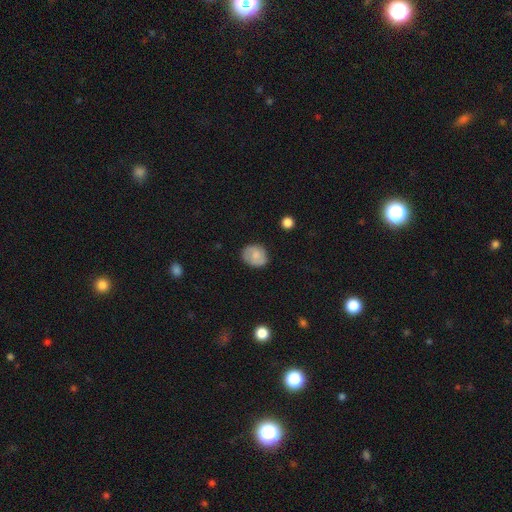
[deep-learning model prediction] Smooth or featured?
  - smooth: 72% *
  - featured or disk: 20%
  - star or artifact: 8%
How rounded?
  - round: 60% *
  - in between: 39%
  - cigar-shaped: 1%
Merging?
  - none: 78% *
  - minor disturbance: 17%
  - major disturbance: 4%
  - merger: 1%